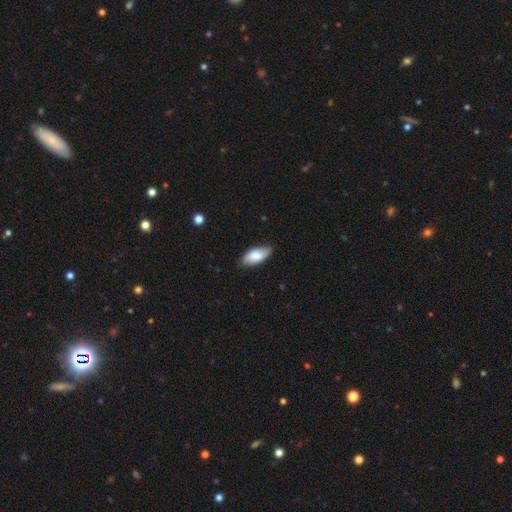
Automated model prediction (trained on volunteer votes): Overall: smooth (77%). How rounded: in between (88%). Merging: none (80%).